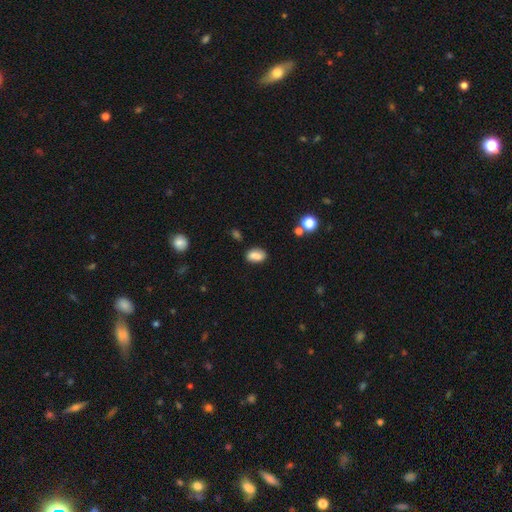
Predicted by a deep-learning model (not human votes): smooth-or-featured: smooth: 80% | featured or disk: 11% | star or artifact: 9%
  how-rounded: in between: 87% | round: 10% | cigar-shaped: 3%
  merging: none: 77% | minor disturbance: 15% | merger: 4% | major disturbance: 4%